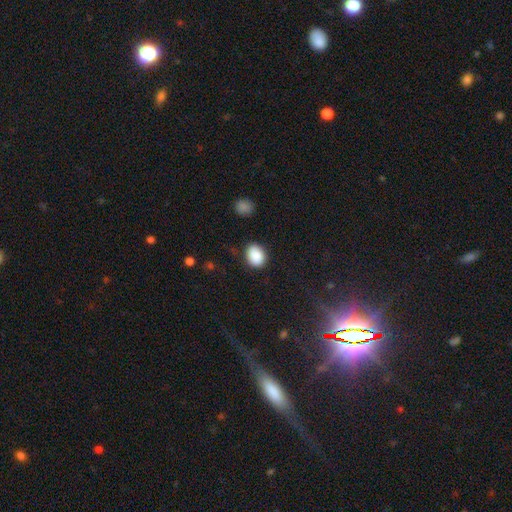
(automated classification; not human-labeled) This is clearly a smooth galaxy (88%). How rounded: possibly in between (55%). Merging: clearly none (82%).